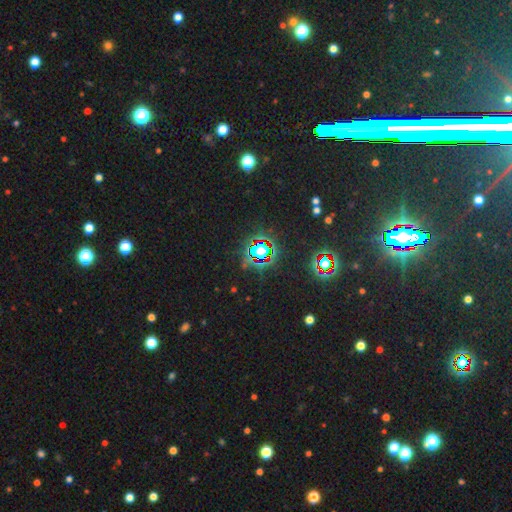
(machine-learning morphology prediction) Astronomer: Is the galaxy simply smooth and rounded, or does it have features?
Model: star or artifact — 72%.